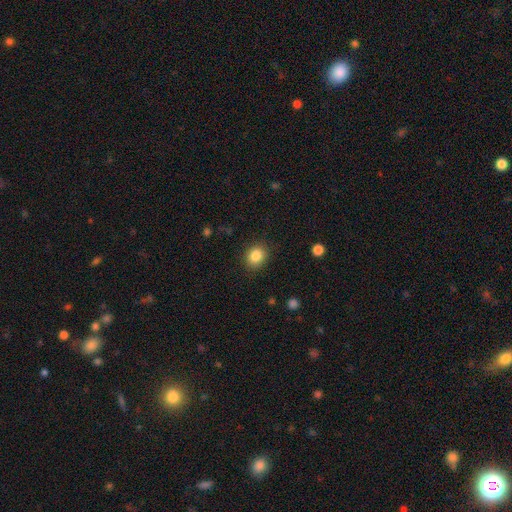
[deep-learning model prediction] Smooth or featured? Predicted: smooth (p=0.85). How rounded? Predicted: round (p=0.65). Merging? Predicted: none (p=0.88).